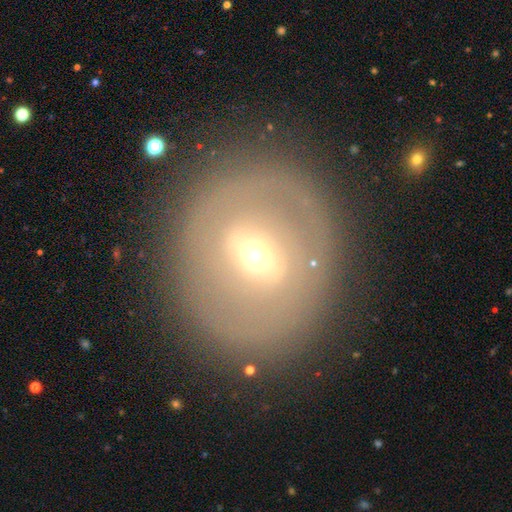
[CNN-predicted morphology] A featured or disk galaxy (58%) with a weak bar (43%), no spiral arms (75%) and a moderate central bulge (52%).

Vote fractions:
- Smooth or featured? featured or disk: 58% / smooth: 33% / star or artifact: 9%
- Edge-on disk? no: 92% / yes: 8%
- Bar? weak: 43% / no: 29% / strong: 28%
- Spiral arms? no: 75% / yes: 25%
- Bulge size? moderate: 52% / small: 41% / large: 5% / dominant: 1% / none: 1%
- Merging? none: 82% / minor disturbance: 10% / major disturbance: 6% / merger: 2%